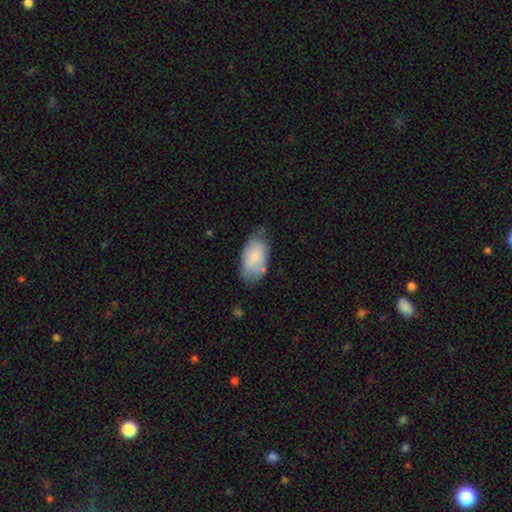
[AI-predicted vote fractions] This is likely a smooth galaxy (80%). How rounded: clearly in between (95%). Merging: possibly none (55%).